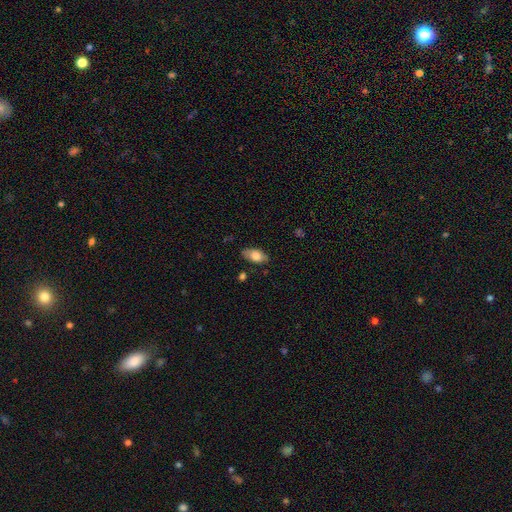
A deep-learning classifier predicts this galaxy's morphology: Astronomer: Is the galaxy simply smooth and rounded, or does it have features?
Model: smooth — 77%.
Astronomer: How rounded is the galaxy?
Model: in between — 90%.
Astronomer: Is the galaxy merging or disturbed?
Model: none — 81%.